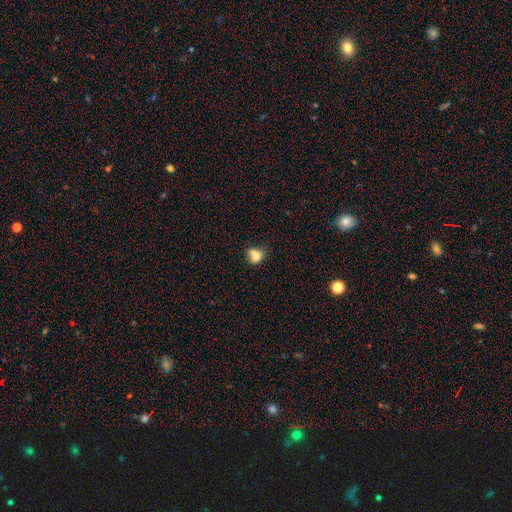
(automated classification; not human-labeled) Smooth or featured? smooth (71%)
How rounded? round (54%)
Merging? merger (51%)